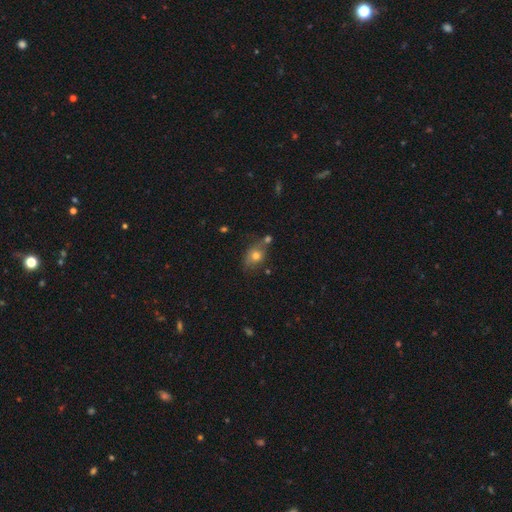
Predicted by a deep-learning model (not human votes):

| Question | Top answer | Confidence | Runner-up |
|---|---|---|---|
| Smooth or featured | smooth | 70% | featured or disk (18%) |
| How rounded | in between | 59% | round (39%) |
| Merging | none | 57% | minor disturbance (20%) |